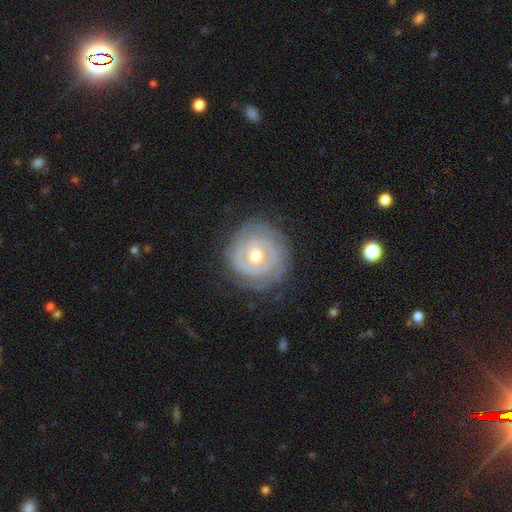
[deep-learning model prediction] This is likely a featured or disk galaxy (78%). It is clearly not viewed edge-on (97%). Bar: likely no (72%). Spiral arm pattern: clearly yes (89%). Spiral arm count: marginally can't tell (37%). Spiral winding: likely tight (80%). Central bulge: likely moderate (64%). Merging: likely none (80%).